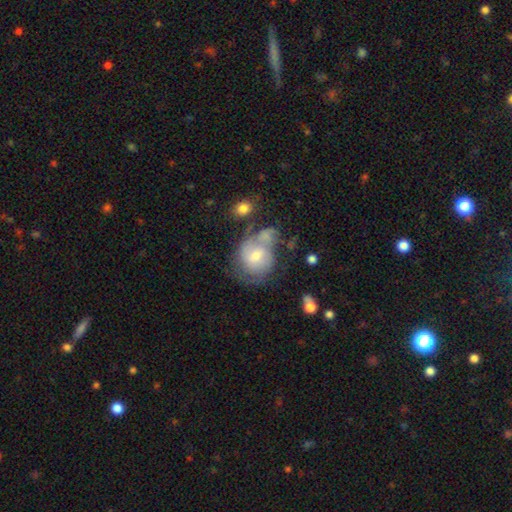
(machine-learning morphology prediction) Smooth or featured? Predicted: featured or disk (p=0.51). Edge-on disk? Predicted: no (p=0.97). Merging? Predicted: none (p=0.36).